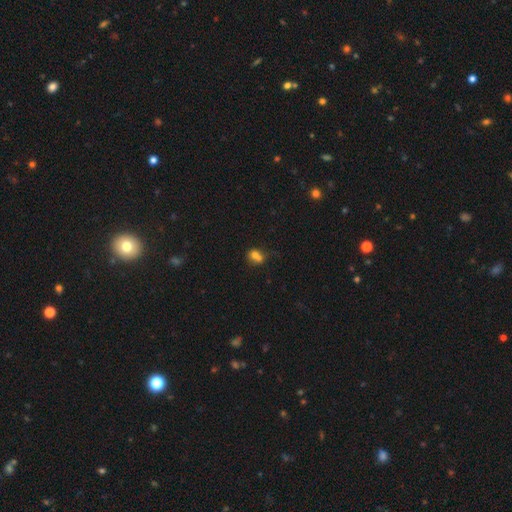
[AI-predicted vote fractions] Smooth or featured?
  - smooth: 71% *
  - featured or disk: 16%
  - star or artifact: 13%
How rounded?
  - round: 60% *
  - in between: 39%
  - cigar-shaped: 1%
Merging?
  - merger: 52% *
  - none: 30%
  - minor disturbance: 12%
  - major disturbance: 6%